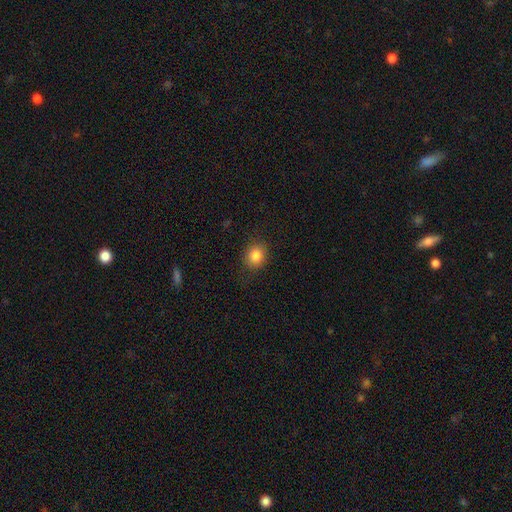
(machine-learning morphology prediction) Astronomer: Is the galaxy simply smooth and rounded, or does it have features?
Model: smooth — 84%.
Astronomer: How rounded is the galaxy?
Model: round — 70%.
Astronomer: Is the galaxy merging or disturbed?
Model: none — 85%.